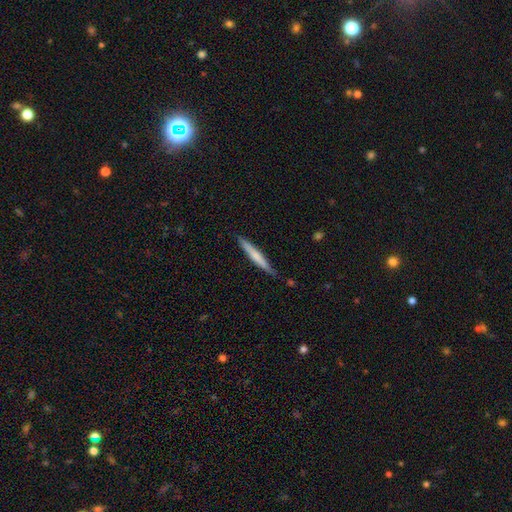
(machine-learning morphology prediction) smooth_or_featured: smooth (p=0.59) [alt: featured or disk p=0.35]
how_rounded: cigar-shaped (p=0.96) [alt: in between p=0.03]
merging: none (p=0.85) [alt: minor disturbance p=0.11]